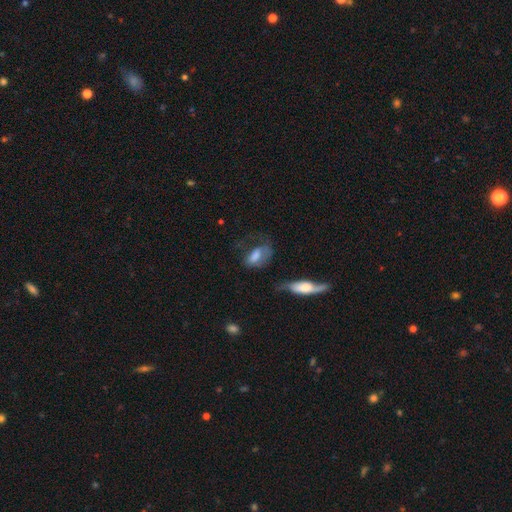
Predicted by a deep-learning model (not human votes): smooth_or_featured: smooth (p=0.62) [alt: featured or disk p=0.29]
how_rounded: in between (p=0.87) [alt: round p=0.07]
merging: none (p=0.34) [alt: major disturbance p=0.33]